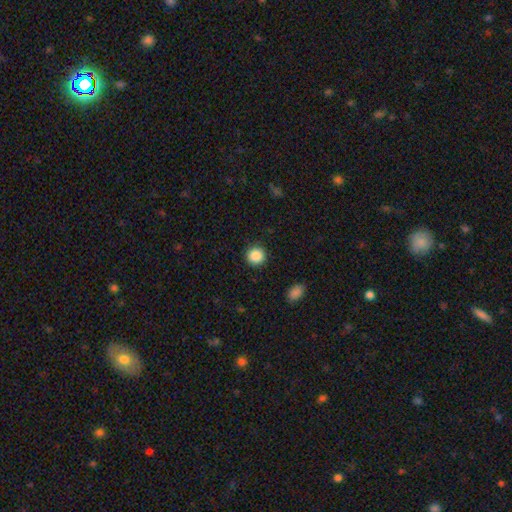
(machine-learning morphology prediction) The model was most divided on "smooth or featured": smooth: 87%, star or artifact: 9%, featured or disk: 3%. More confident: how rounded — round (94%); merging — none (91%).